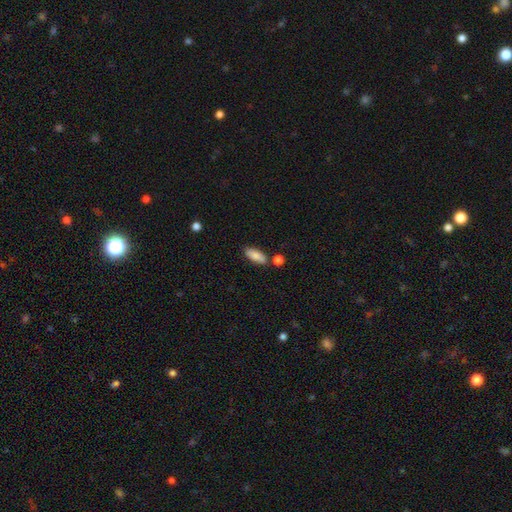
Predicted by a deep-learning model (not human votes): Smooth or featured? Predicted: smooth (p=0.83). How rounded? Predicted: in between (p=0.79). Merging? Predicted: none (p=0.77).